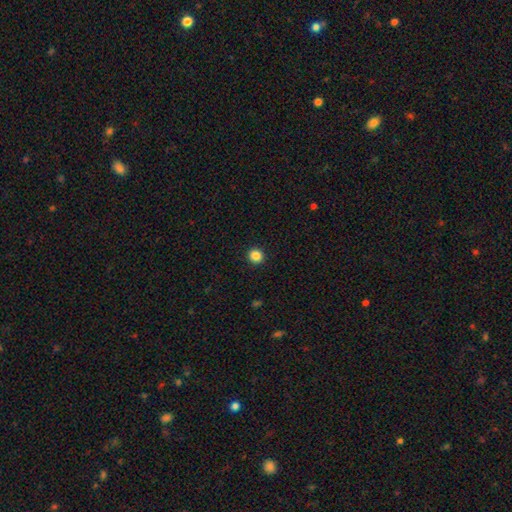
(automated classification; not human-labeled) This is clearly a smooth galaxy (86%). How rounded: clearly round (94%). Merging: clearly none (93%).